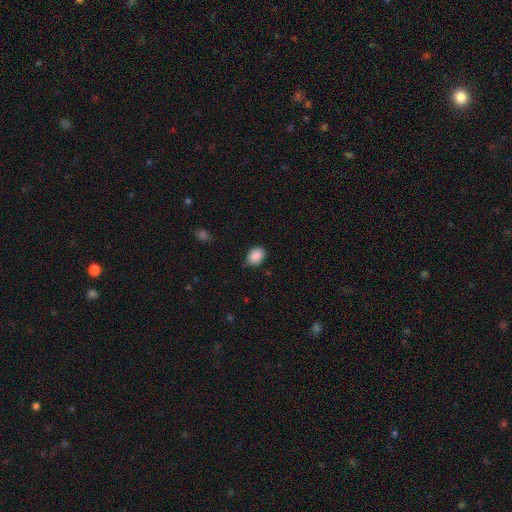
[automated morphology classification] smooth 89%, star or artifact 8%, featured or disk 3%. Down the decision tree: how rounded — in between (65%); merging — none (75%).